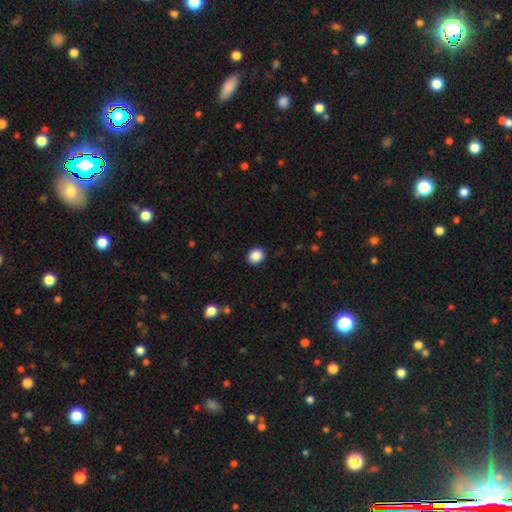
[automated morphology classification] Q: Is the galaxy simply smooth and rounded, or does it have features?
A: smooth — 89%.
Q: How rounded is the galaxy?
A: round — 69%.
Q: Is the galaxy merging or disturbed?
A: none — 90%.